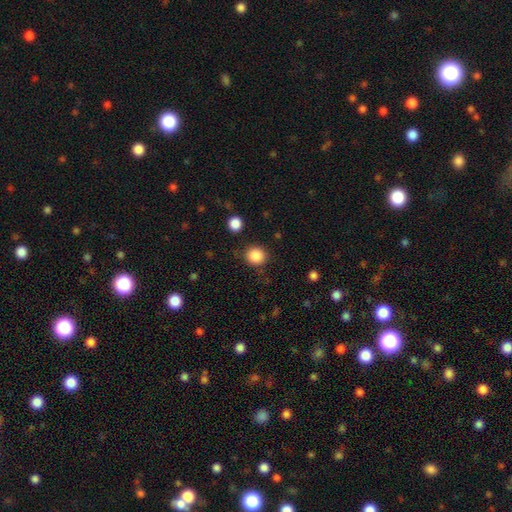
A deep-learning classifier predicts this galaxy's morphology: The model was most divided on "merging": none: 85%, minor disturbance: 9%, major disturbance: 4%, merger: 2%. More confident: how rounded — round (88%); smooth or featured — smooth (86%).